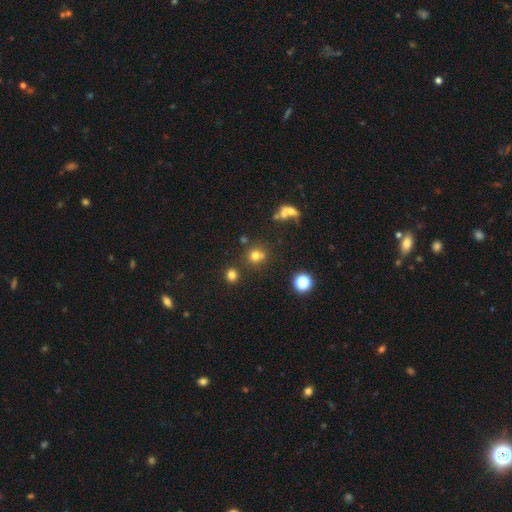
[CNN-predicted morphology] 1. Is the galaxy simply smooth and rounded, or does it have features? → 70% smooth, 21% star or artifact, 9% featured or disk.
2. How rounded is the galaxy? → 87% round, 12% in between, 1% cigar-shaped.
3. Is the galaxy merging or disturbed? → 68% none, 18% merger, 10% minor disturbance, 4% major disturbance.